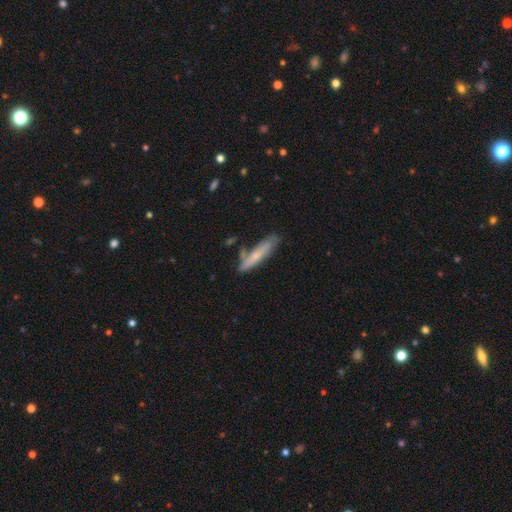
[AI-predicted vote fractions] Overall: smooth (58%; featured or disk 35%). How rounded: cigar-shaped (81%). Merging: none (64%).